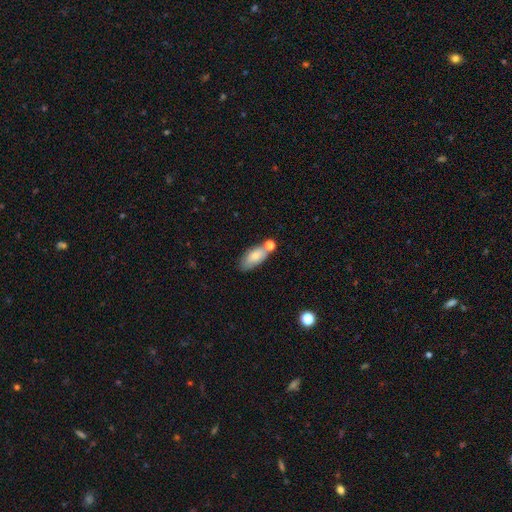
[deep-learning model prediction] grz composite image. It shows a smooth galaxy with no disk features (79%) that is in between round and cigar-shaped (85%). Merging: none (55%).